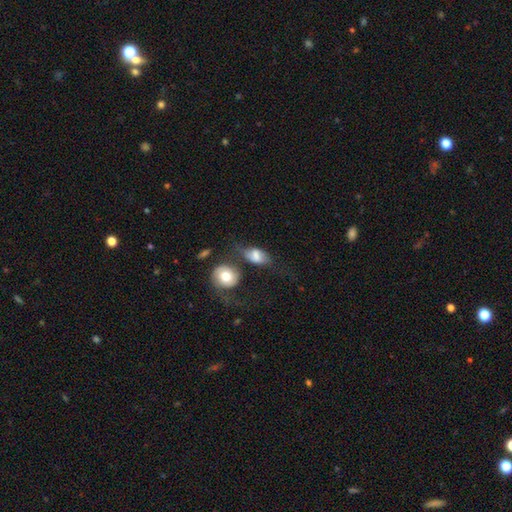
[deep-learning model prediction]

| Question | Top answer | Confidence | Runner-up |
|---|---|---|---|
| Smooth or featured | smooth | 63% | featured or disk (30%) |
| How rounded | in between | 81% | round (14%) |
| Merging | none | 34% | major disturbance (23%) |